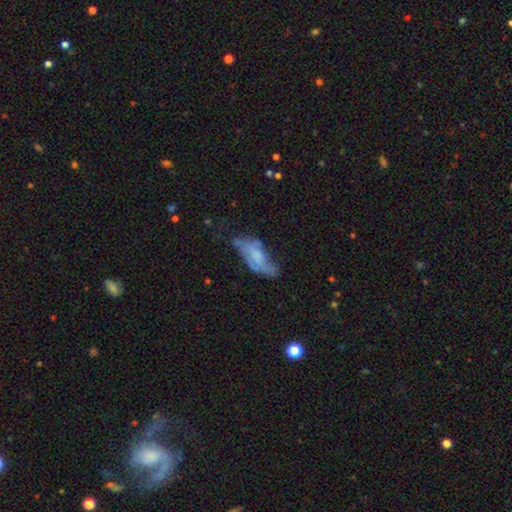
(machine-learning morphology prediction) Smooth or featured?
  - smooth: 46% *
  - featured or disk: 44%
  - star or artifact: 9%
Merging?
  - none: 38% *
  - minor disturbance: 32%
  - major disturbance: 25%
  - merger: 5%